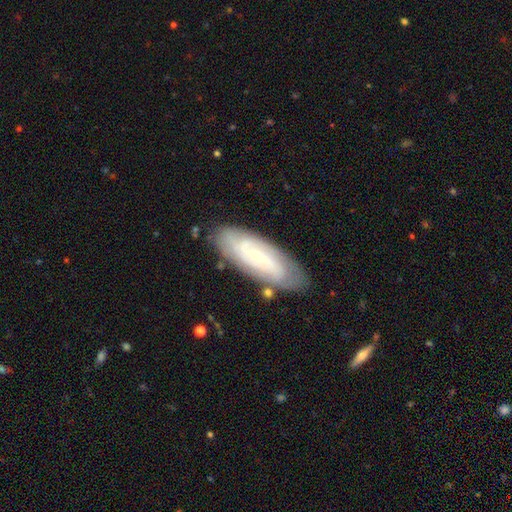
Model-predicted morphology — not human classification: Smooth or featured? featured or disk (67%)
Edge-on disk? no (88%)
Bar? no (67%)
Spiral arms? yes (88%)
Spiral winding? tight (66%)
Spiral arm count? can't tell (51%)
Bulge size? small (81%)
Merging? none (78%)